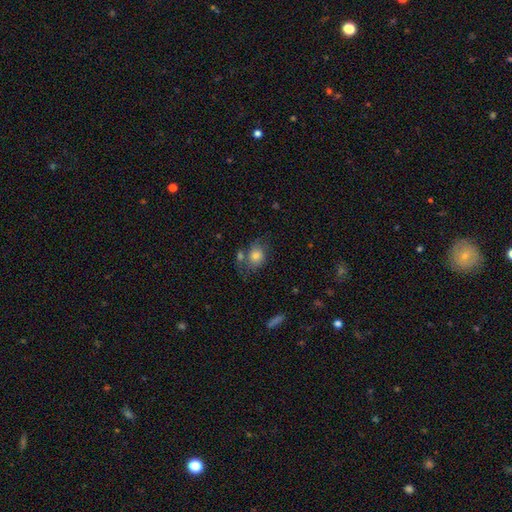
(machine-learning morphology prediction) smooth-or-featured: smooth: 75% | featured or disk: 15% | star or artifact: 9%
  how-rounded: in between: 49% (tied) | round: 49% (tied) | cigar-shaped: 1%
  merging: none: 51% | minor disturbance: 22% | merger: 16% | major disturbance: 11%